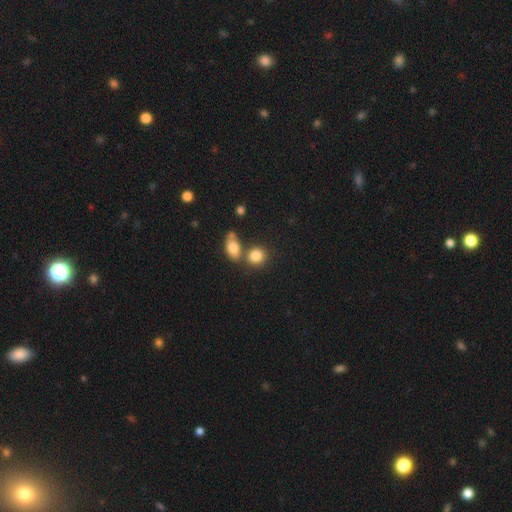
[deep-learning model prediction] Smooth or featured: smooth — 84% (star or artifact — 9%)
How rounded: round — 69% (in between — 29%)
Merging: none — 56% (merger — 30%)